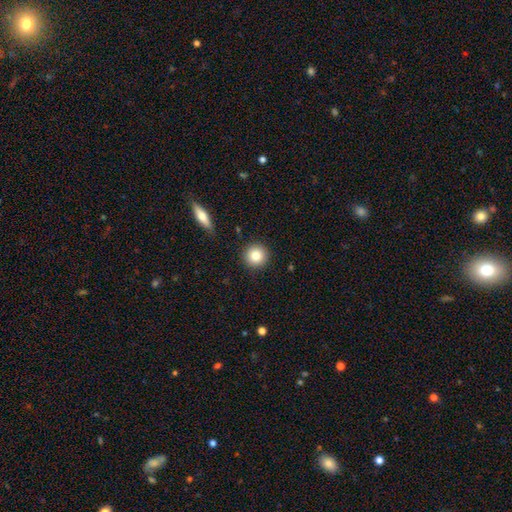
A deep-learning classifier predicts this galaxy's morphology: Smooth or featured: smooth — 82% (star or artifact — 9%)
How rounded: round — 94% (in between — 5%)
Merging: none — 90% (minor disturbance — 6%)